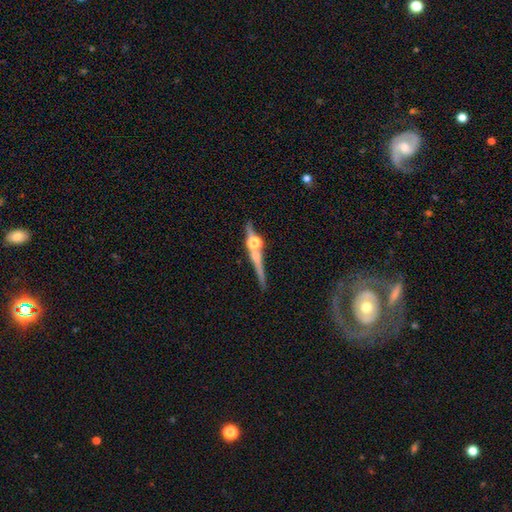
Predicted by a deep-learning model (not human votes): smooth-or-featured: featured or disk: 69% | smooth: 21% | star or artifact: 10%
  disk-edge-on: yes: 88% | no: 12%
    edge-on-bulge: rounded: 80% | none: 14% | boxy: 6%
  merging: none: 62% | merger: 19% | minor disturbance: 12% | major disturbance: 7%